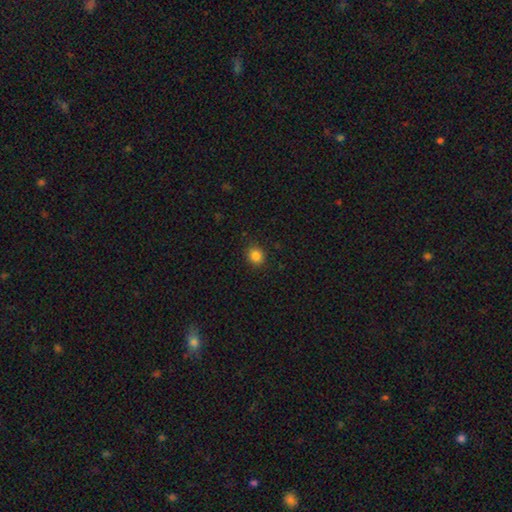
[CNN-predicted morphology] This is clearly a smooth galaxy (85%). How rounded: likely round (75%). Merging: clearly none (89%).